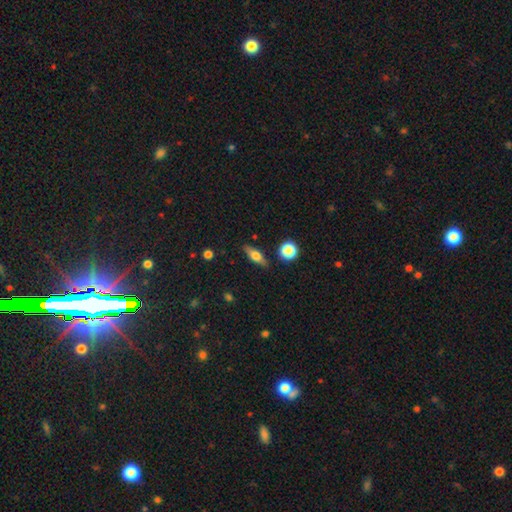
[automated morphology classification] Smooth or featured? smooth (49%)
Merging? none (84%)